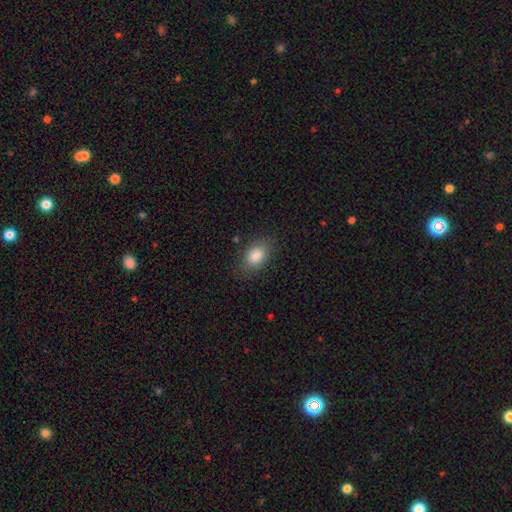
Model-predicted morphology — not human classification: Overall: smooth (85%). How rounded: in between (86%). Merging: none (83%).